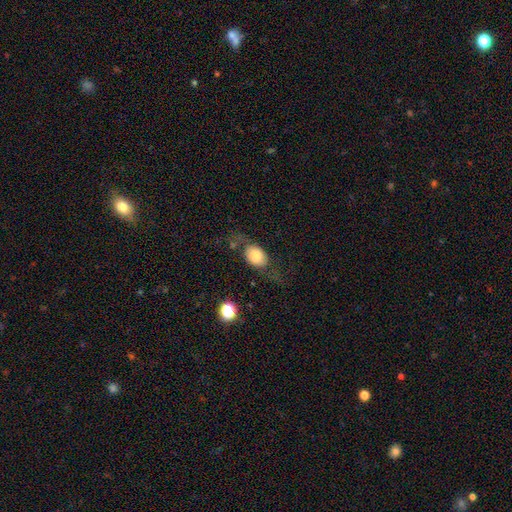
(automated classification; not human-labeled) Smooth or featured? smooth (67%)
How rounded? in between (70%)
Merging? none (55%)